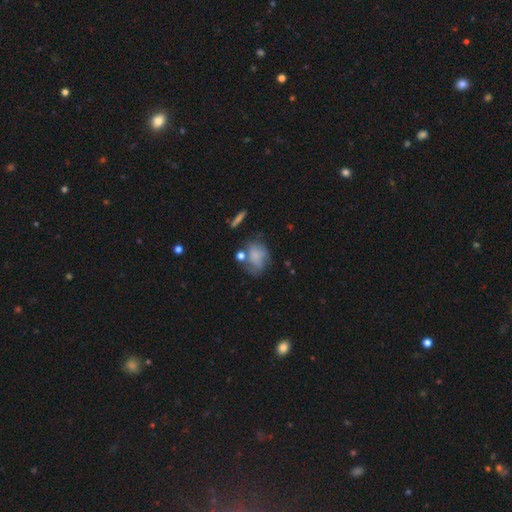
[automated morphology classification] Smooth or featured?
  - smooth: 60% *
  - featured or disk: 29%
  - star or artifact: 11%
How rounded?
  - in between: 57% *
  - round: 41%
  - cigar-shaped: 2%
Merging?
  - none: 40% *
  - minor disturbance: 27%
  - major disturbance: 21%
  - merger: 12%